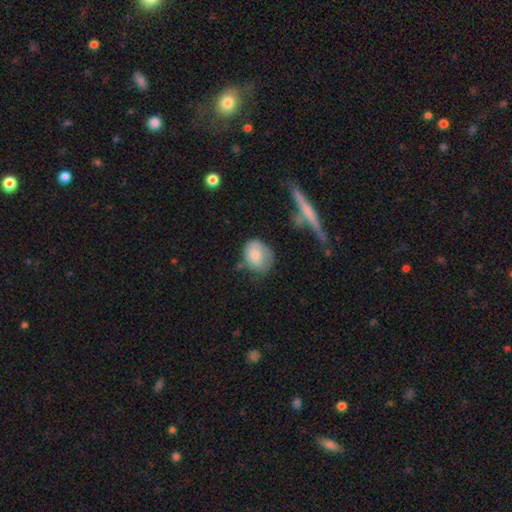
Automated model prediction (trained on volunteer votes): Smooth or featured? smooth (78%)
How rounded? round (58%)
Merging? none (56%)